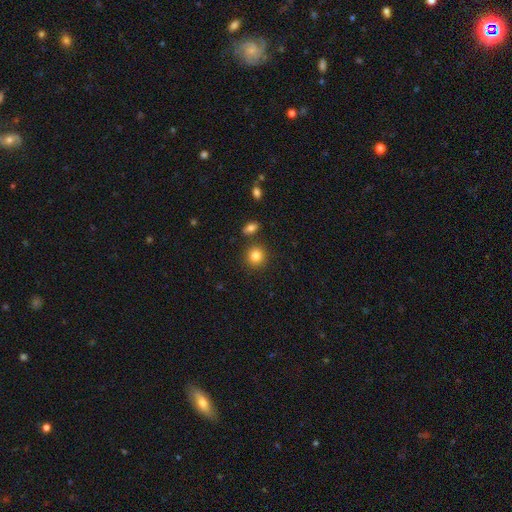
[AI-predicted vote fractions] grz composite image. It shows a smooth galaxy with no disk features (83%) that is round (88%). Merging: none (84%).